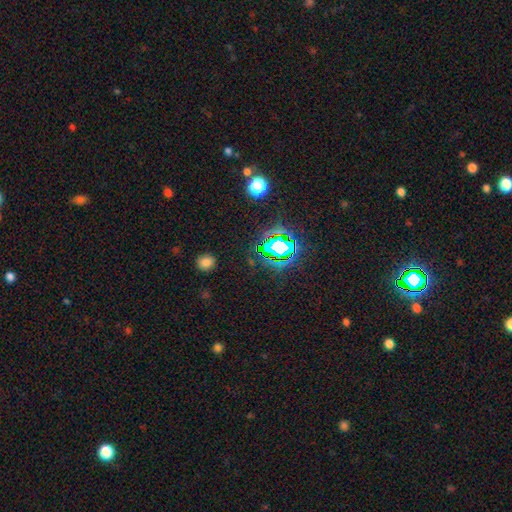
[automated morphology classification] A star or artifact, not a galaxy (80%).